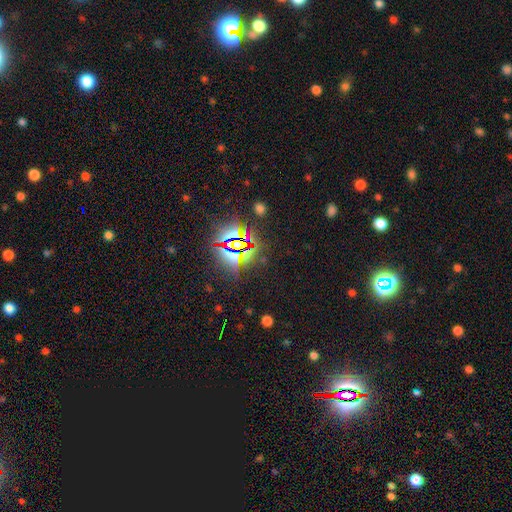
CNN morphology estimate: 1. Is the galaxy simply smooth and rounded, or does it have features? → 84% star or artifact, 9% smooth, 7% featured or disk.